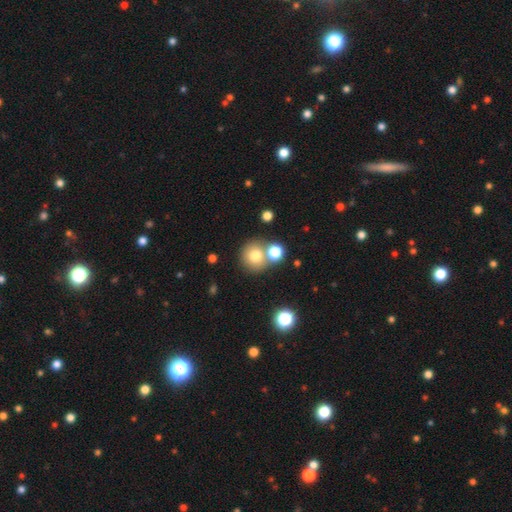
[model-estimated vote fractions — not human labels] Morphology: type=smooth (75%); roundness=round (90%); merging=none (61%).